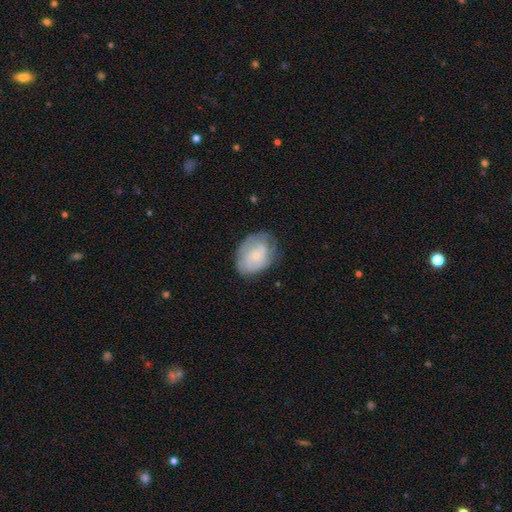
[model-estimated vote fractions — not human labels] smooth-or-featured: featured or disk: 57% | smooth: 36% | star or artifact: 7%
  disk-edge-on: no: 97% | yes: 3%
    bar: no: 79% | weak: 18% | strong: 3%
    has-spiral-arms: yes: 77% | no: 23%
    bulge-size: small: 76% | moderate: 18% | none: 4% | large: 1% | dominant: 1%
  merging: none: 66% | minor disturbance: 24% | major disturbance: 9% | merger: 1%